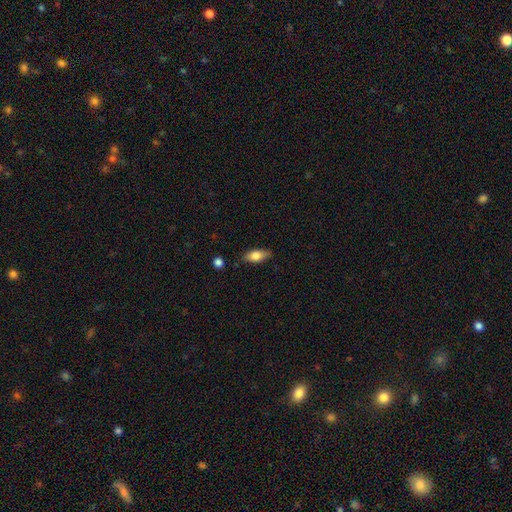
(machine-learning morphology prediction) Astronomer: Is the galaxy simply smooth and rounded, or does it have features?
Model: smooth — 77%.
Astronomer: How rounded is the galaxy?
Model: in between — 82%.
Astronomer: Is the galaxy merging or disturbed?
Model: none — 79%.